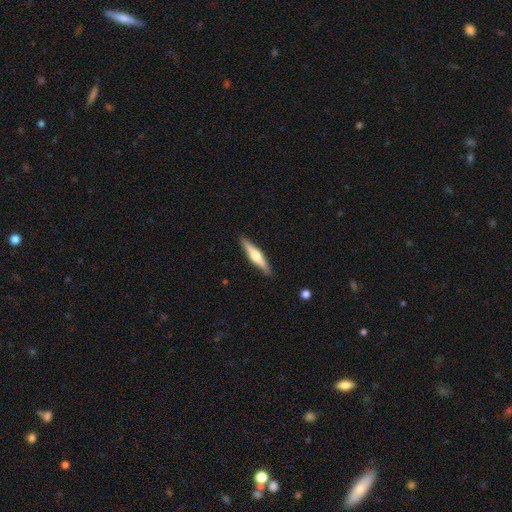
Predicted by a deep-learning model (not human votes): Smooth or featured?
  - featured or disk: 61% *
  - smooth: 34%
  - star or artifact: 5%
Edge-on disk?
  - yes: 97% *
  - no: 3%
Edge-on bulge?
  - rounded: 91% *
  - boxy: 6%
  - none: 4%
Merging?
  - none: 90% *
  - minor disturbance: 7%
  - major disturbance: 1%
  - merger: 1%